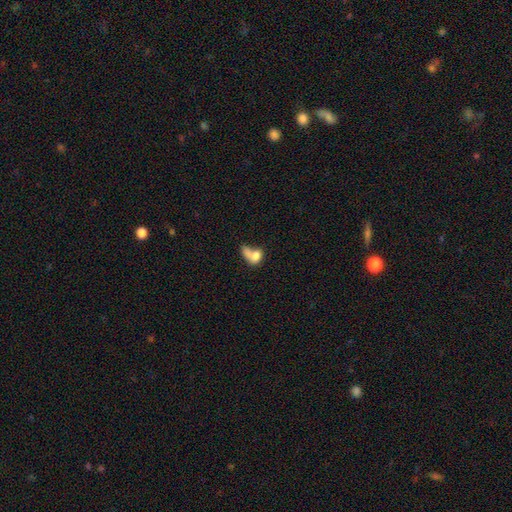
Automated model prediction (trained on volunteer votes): A smooth galaxy with no disk features (73%) that is in between round and cigar-shaped (72%).

Vote fractions:
- Smooth or featured? smooth: 73% / featured or disk: 18% / star or artifact: 9%
- How rounded? in between: 72% / round: 25% / cigar-shaped: 3%
- Merging? merger: 52% / major disturbance: 19% / none: 18% / minor disturbance: 12%